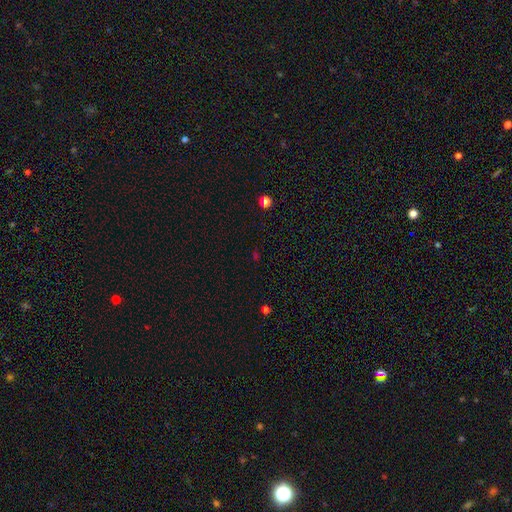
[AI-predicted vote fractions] Smooth or featured?
  - star or artifact: 58% *
  - smooth: 35%
  - featured or disk: 7%